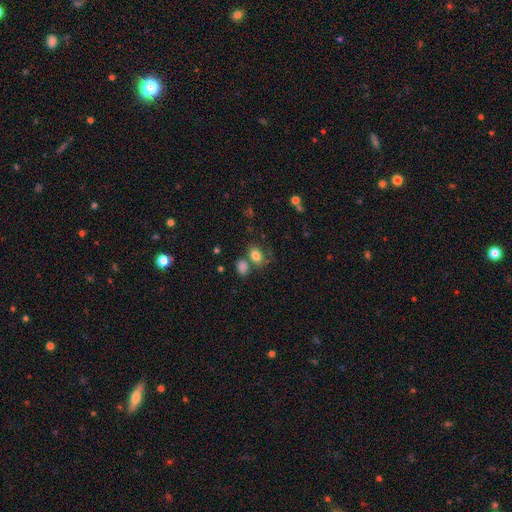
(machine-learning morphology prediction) A smooth galaxy with no disk features (81%) that is in between round and cigar-shaped (70%).

Vote fractions:
- Smooth or featured? smooth: 81% / star or artifact: 11% / featured or disk: 8%
- How rounded? in between: 70% / round: 29% / cigar-shaped: 1%
- Merging? none: 54% / merger: 23% / minor disturbance: 16% / major disturbance: 7%